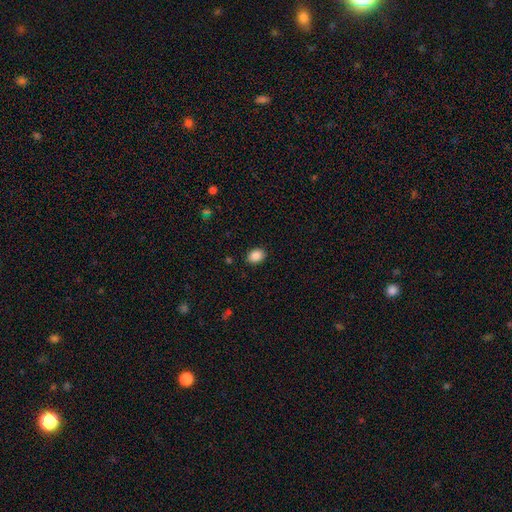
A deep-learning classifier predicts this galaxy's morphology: Q: Smooth or featured?
A: smooth (89%); runner-up: star or artifact (8%)
Q: How rounded?
A: in between (71%); runner-up: round (28%)
Q: Merging?
A: none (88%); runner-up: minor disturbance (8%)